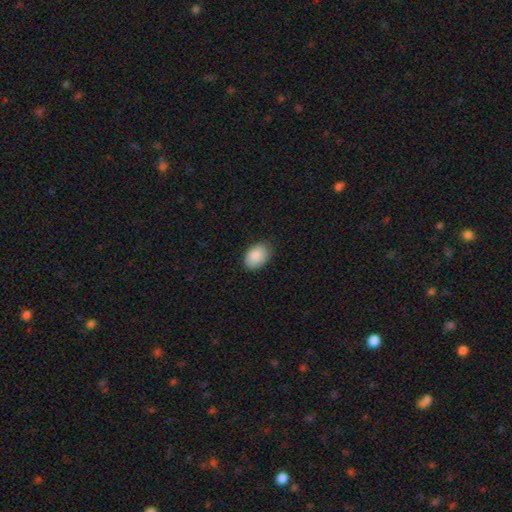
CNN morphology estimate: This is clearly a smooth galaxy (88%). How rounded: clearly in between (84%). Merging: likely none (80%).